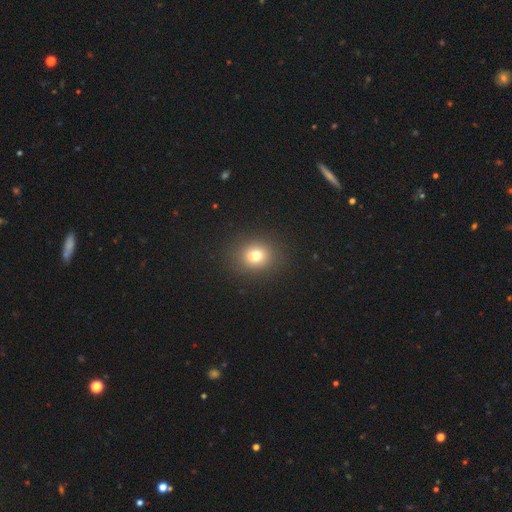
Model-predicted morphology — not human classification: smooth-or-featured: smooth: 72% | star or artifact: 15% | featured or disk: 12%
  how-rounded: round: 66% | in between: 33% | cigar-shaped: 1%
  merging: none: 73% | merger: 13% | minor disturbance: 10% | major disturbance: 4%